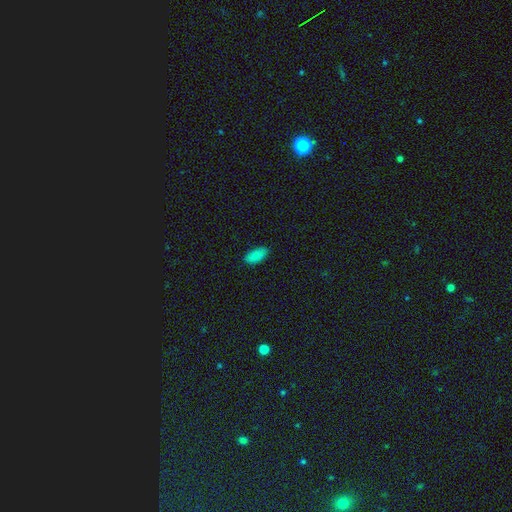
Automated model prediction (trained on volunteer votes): smooth 86%, star or artifact 10%, featured or disk 5%. Down the decision tree: how rounded — in between (91%); merging — none (85%).